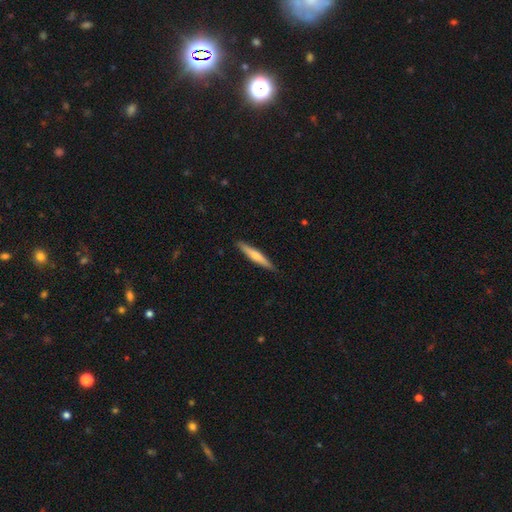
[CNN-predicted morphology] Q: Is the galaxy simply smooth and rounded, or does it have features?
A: smooth — 53%.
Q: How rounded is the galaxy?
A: cigar-shaped — 93%.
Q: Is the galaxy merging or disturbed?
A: none — 90%.